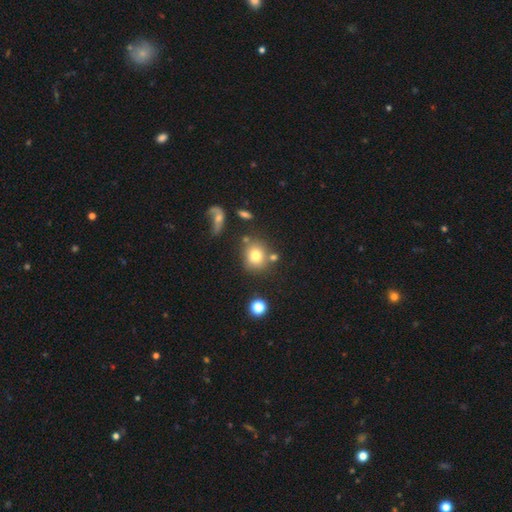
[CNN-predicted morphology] Smooth or featured? Predicted: smooth (p=0.75). How rounded? Predicted: round (p=0.77). Merging? Predicted: none (p=0.68).